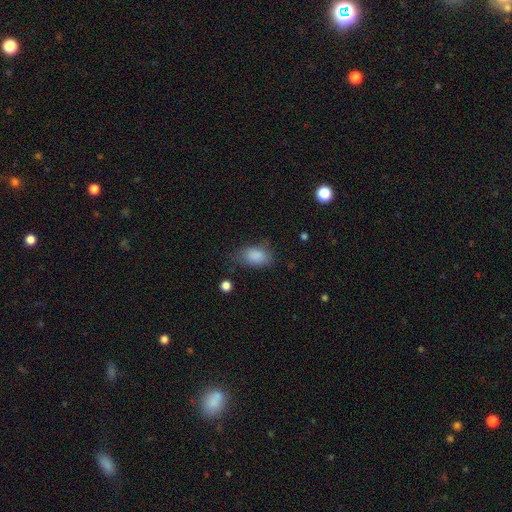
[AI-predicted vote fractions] Q: Smooth or featured?
A: smooth (86%); runner-up: star or artifact (8%)
Q: How rounded?
A: in between (87%); runner-up: round (11%)
Q: Merging?
A: none (62%); runner-up: minor disturbance (27%)